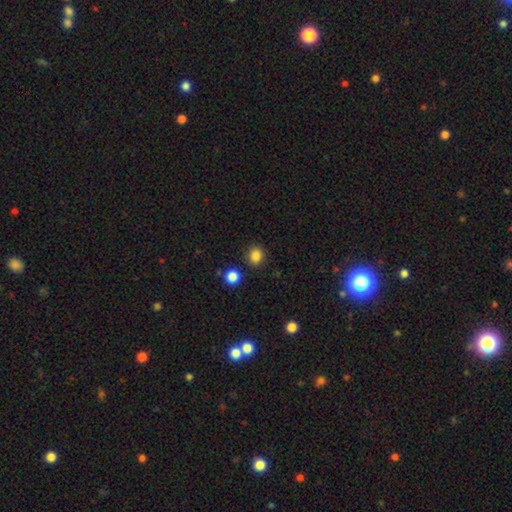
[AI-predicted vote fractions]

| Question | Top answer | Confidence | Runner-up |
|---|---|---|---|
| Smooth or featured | smooth | 85% | star or artifact (12%) |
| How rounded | round | 72% | in between (27%) |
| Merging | none | 87% | minor disturbance (8%) |